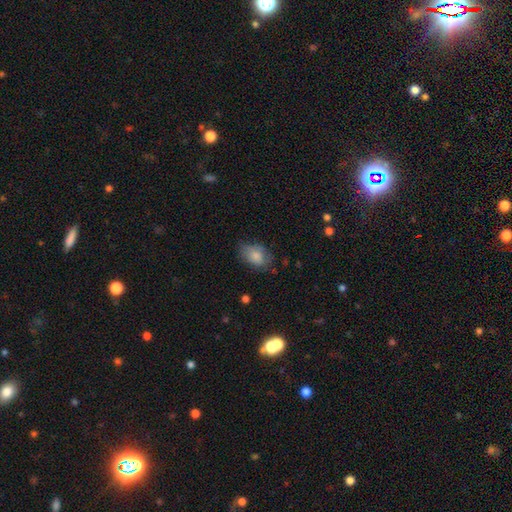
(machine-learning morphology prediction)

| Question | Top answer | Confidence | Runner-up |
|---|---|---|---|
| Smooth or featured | smooth | 81% | featured or disk (11%) |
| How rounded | in between | 82% | round (17%) |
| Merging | none | 57% | minor disturbance (31%) |